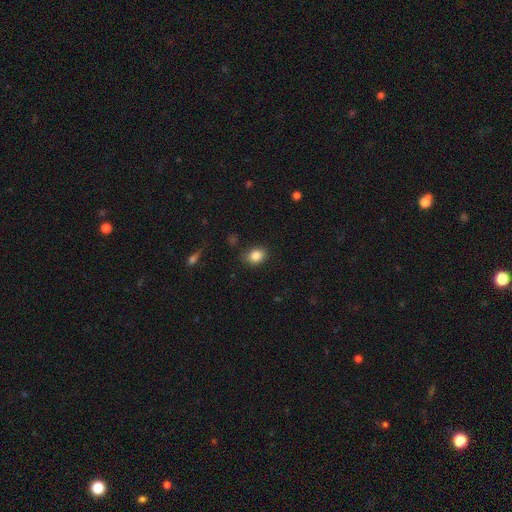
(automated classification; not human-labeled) Morphology: type=smooth (84%); roundness=in between (54%); merging=none (80%).